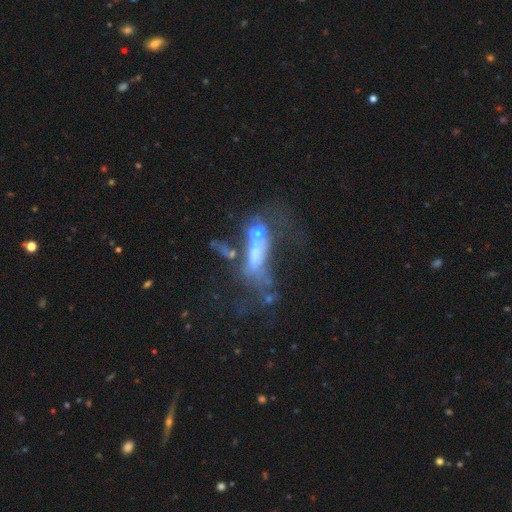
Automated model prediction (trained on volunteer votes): A featured or disk galaxy (44%). Merging: merger (45%).